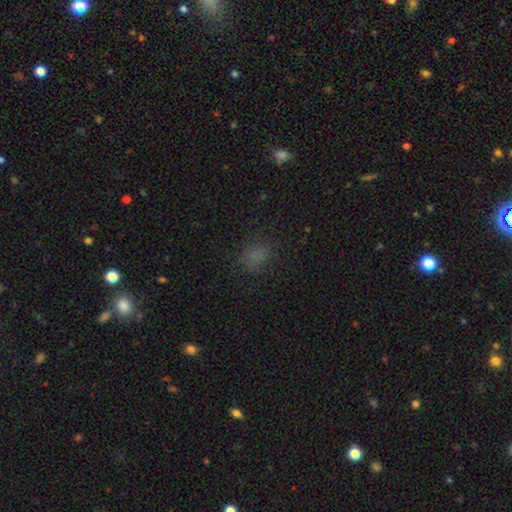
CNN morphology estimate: A smooth galaxy with no disk features (76%) that is in between round and cigar-shaped (59%).

Vote fractions:
- Smooth or featured? smooth: 76% / star or artifact: 20% / featured or disk: 5%
- How rounded? in between: 59% / round: 40% / cigar-shaped: 2%
- Merging? none: 82% / minor disturbance: 13% / major disturbance: 4% / merger: 1%